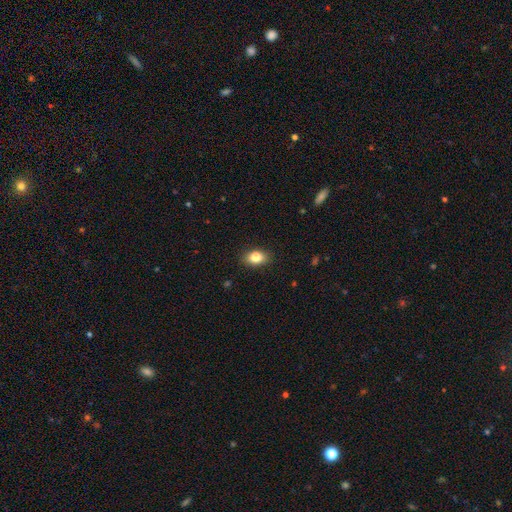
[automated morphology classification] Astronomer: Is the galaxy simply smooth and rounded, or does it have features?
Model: smooth — 82%.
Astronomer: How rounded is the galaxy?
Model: in between — 82%.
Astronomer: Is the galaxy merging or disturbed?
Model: none — 87%.